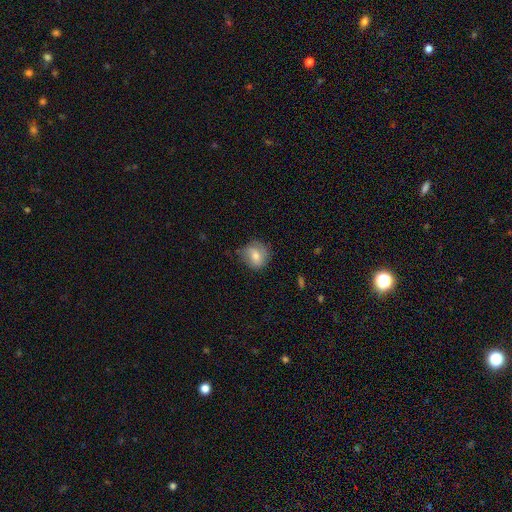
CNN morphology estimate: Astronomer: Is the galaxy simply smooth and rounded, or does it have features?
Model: smooth — 56% (runner-up: featured or disk, 35%).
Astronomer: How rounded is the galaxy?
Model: round — 69%.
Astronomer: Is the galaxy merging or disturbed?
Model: none — 61%.